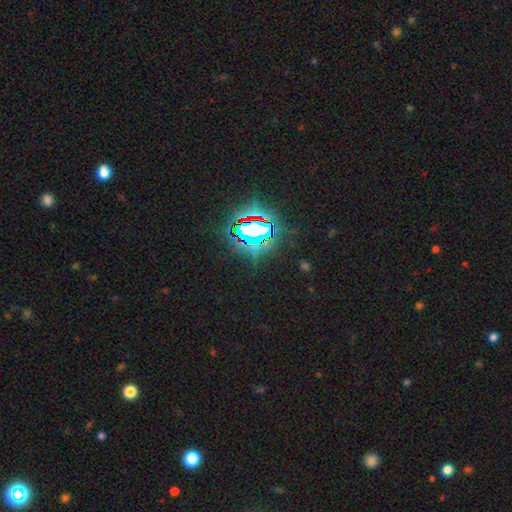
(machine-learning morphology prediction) smooth_or_featured: star or artifact (p=0.83) [alt: smooth p=0.10]